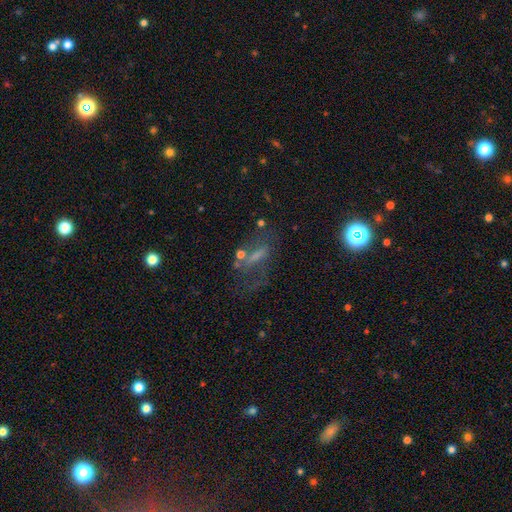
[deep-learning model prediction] This is marginally a featured or disk galaxy (44%). Merging: possibly none (51%).